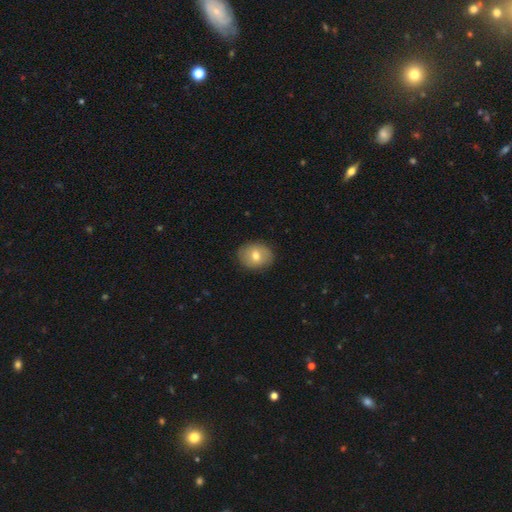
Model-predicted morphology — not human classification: This is likely a smooth galaxy (68%). How rounded: possibly round (51%). Merging: clearly none (86%).